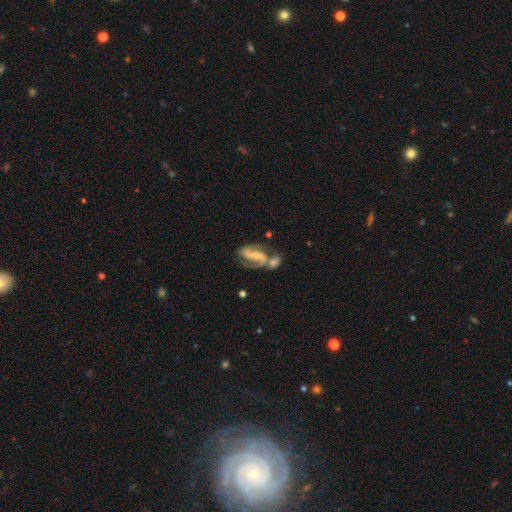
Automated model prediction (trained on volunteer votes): Smooth or featured: featured or disk — 86% (smooth — 8%)
Edge-on disk: no — 97% (yes — 3%)
Bar: weak — 38% (strong — 33%)
Spiral arms: yes — 96% (no — 4%)
Spiral winding: medium — 53% (loose — 29%)
Spiral arm count: 2 — 91% (1 — 3%)
Bulge size: small — 52% (moderate — 30%)
Merging: none — 40% (merger — 37%)